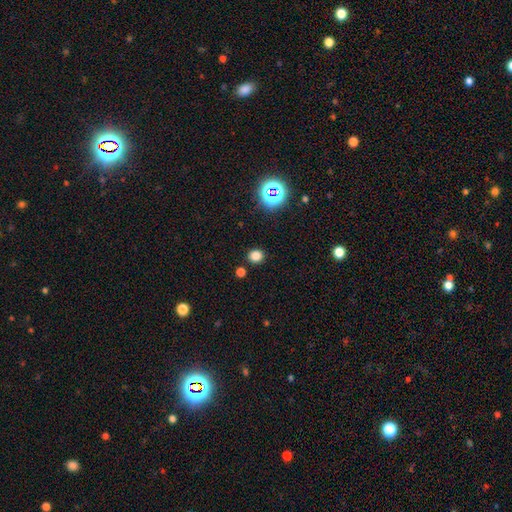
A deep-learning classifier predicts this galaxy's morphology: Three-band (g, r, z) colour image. It shows a smooth galaxy with no disk features (78%) that is round (82%). Merging: none (87%).